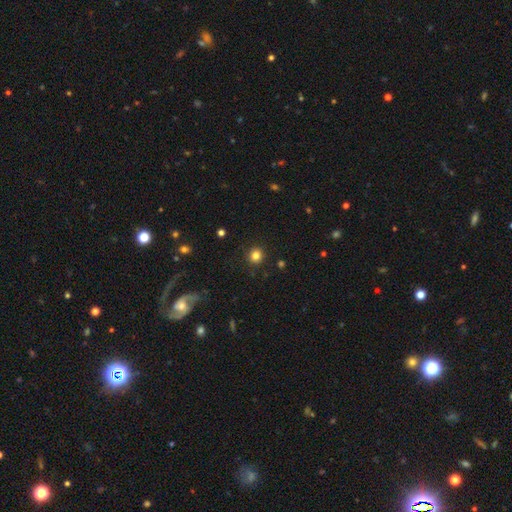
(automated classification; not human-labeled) This appears to be a smooth galaxy with no disk features (82%) that is round (91%). Merging: none (91%).